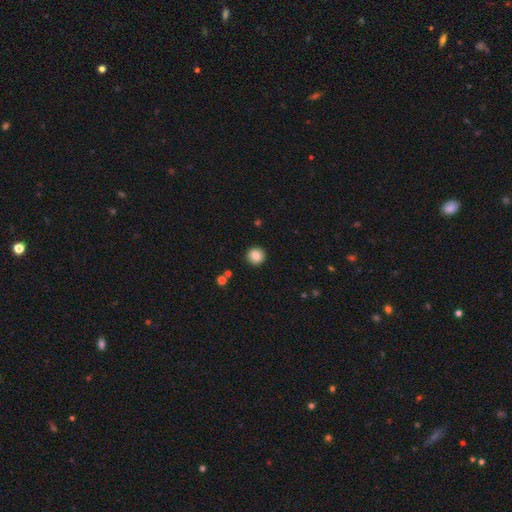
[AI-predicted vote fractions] Smooth or featured? smooth (84%)
How rounded? round (93%)
Merging? none (92%)